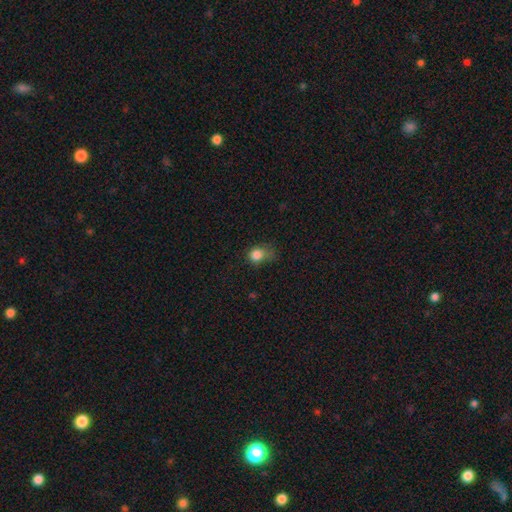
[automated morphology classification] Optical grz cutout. It shows a smooth galaxy with no disk features (82%) that is round (63%). Merging: minor disturbance (37%).